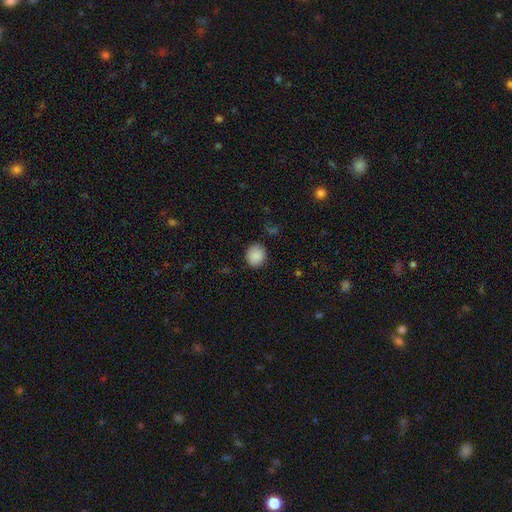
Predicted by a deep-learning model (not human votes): Overall: smooth (88%). How rounded: round (76%). Merging: none (85%).